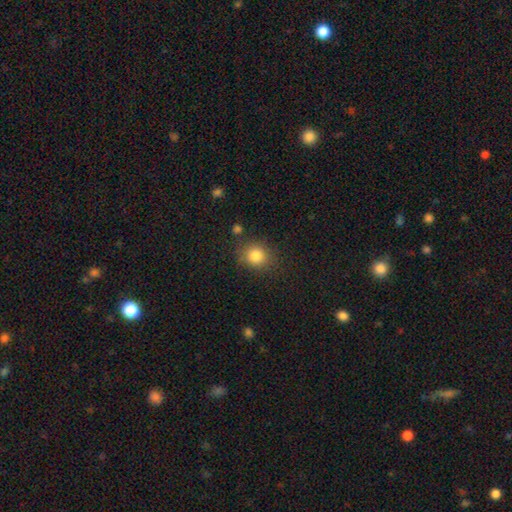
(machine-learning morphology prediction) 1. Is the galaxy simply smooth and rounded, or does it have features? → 83% smooth, 11% star or artifact, 6% featured or disk.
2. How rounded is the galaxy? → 77% round, 23% in between, 1% cigar-shaped.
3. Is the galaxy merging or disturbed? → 81% none, 12% minor disturbance, 4% major disturbance, 4% merger.